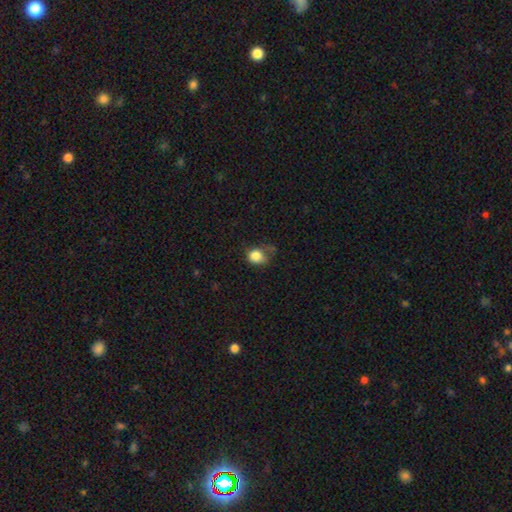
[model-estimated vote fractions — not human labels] smooth-or-featured: smooth: 83% | star or artifact: 10% | featured or disk: 7%
  how-rounded: round: 64% | in between: 35% | cigar-shaped: 1%
  merging: none: 43% | minor disturbance: 34% | major disturbance: 17% | merger: 5%